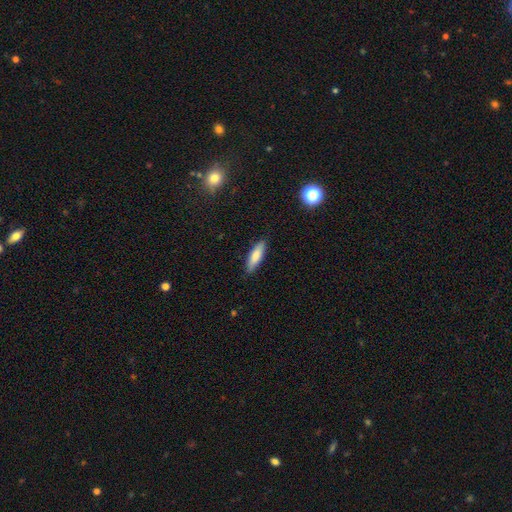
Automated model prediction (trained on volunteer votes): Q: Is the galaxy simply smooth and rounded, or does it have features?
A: smooth — 79%.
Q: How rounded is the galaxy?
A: cigar-shaped — 59%.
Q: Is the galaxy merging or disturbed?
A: none — 86%.